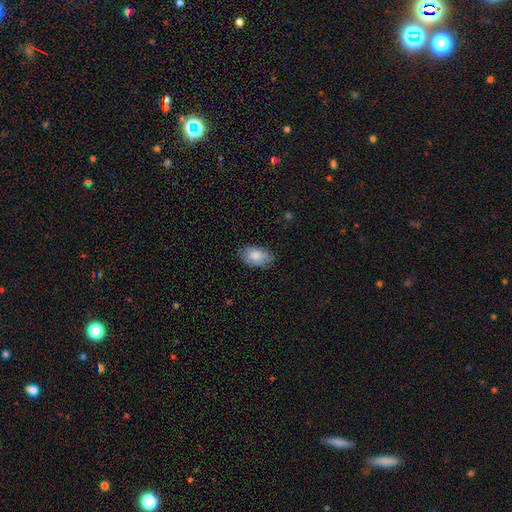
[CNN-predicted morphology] Smooth or featured: smooth — 85% (featured or disk — 9%)
How rounded: in between — 93% (round — 5%)
Merging: none — 81% (minor disturbance — 15%)